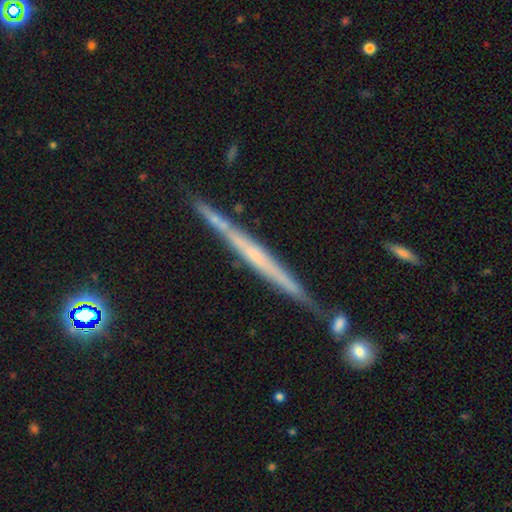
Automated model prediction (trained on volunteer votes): Overall: featured or disk (70%). Edge-on disk: yes (97%). Edge-on bulge: none (74%). Merging: none (84%).